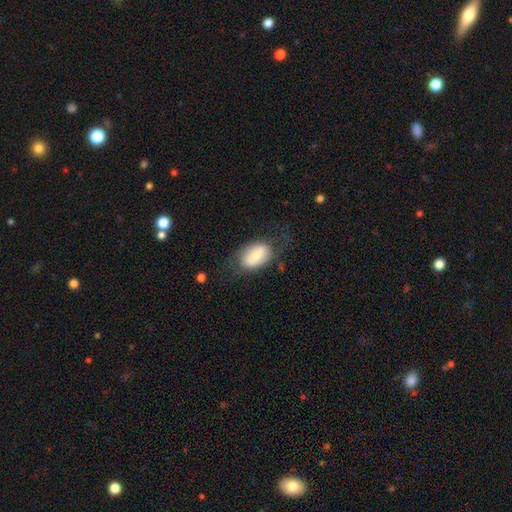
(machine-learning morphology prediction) Smooth or featured?
  - smooth: 63% *
  - featured or disk: 30%
  - star or artifact: 7%
How rounded?
  - in between: 91% *
  - round: 7%
  - cigar-shaped: 2%
Merging?
  - none: 58% *
  - minor disturbance: 23%
  - major disturbance: 17%
  - merger: 2%